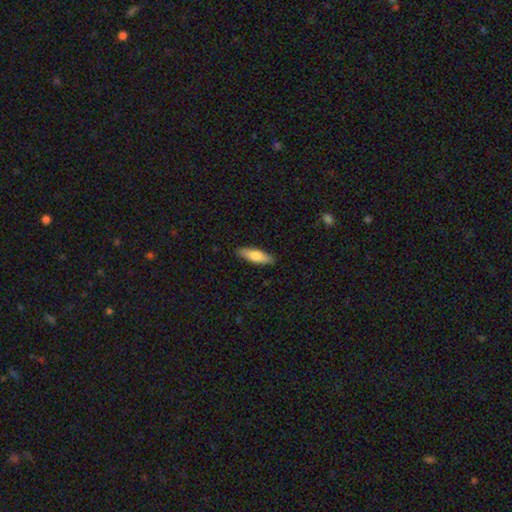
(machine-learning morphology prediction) smooth_or_featured: smooth (p=0.71) [alt: featured or disk p=0.24]
how_rounded: cigar-shaped (p=0.56) [alt: in between p=0.42]
merging: none (p=0.90) [alt: minor disturbance p=0.08]